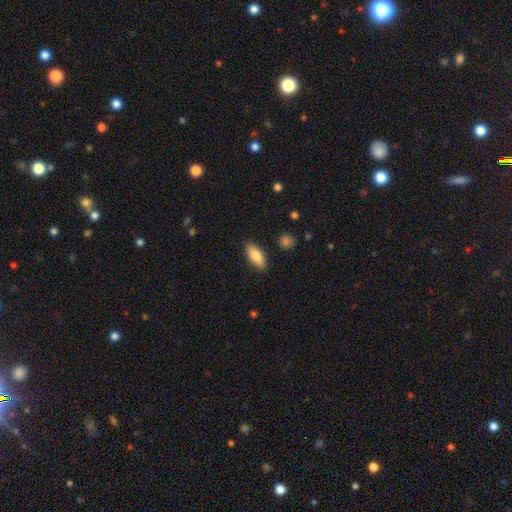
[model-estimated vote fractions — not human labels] Smooth or featured? Predicted: smooth (p=0.81). How rounded? Predicted: in between (p=0.78). Merging? Predicted: none (p=0.86).